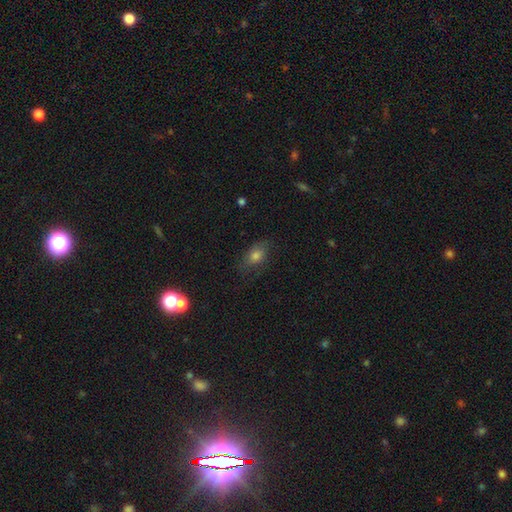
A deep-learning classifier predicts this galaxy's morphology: smooth_or_featured: smooth (p=0.66) [alt: featured or disk p=0.17]
how_rounded: in between (p=0.78) [alt: round p=0.17]
merging: none (p=0.74) [alt: minor disturbance p=0.18]